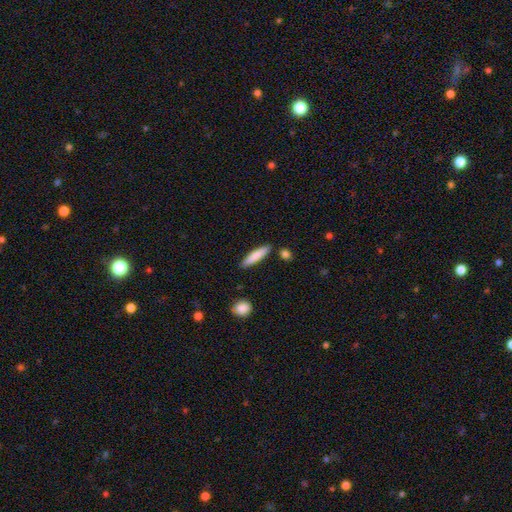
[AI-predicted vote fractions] This appears to be a smooth galaxy with no disk features (81%) that is cigar-shaped (82%). Merging: none (86%).